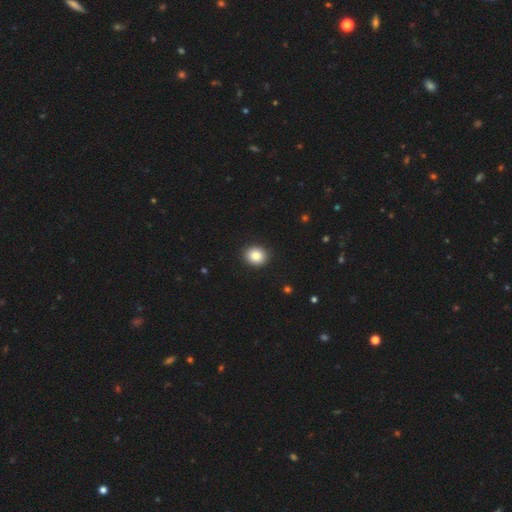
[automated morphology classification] A smooth galaxy with no disk features (85%) that is round (73%).

Vote fractions:
- Smooth or featured? smooth: 85% / star or artifact: 9% / featured or disk: 6%
- How rounded? round: 73% / in between: 26% / cigar-shaped: 1%
- Merging? none: 92% / minor disturbance: 5% / major disturbance: 2% / merger: 1%